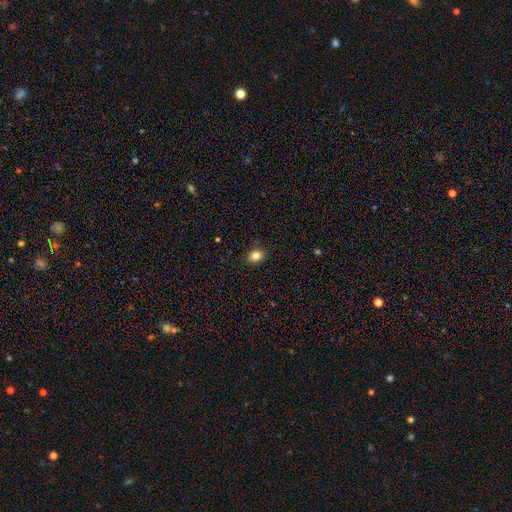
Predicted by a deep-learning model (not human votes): smooth-or-featured: smooth: 84% | star or artifact: 11% | featured or disk: 5%
  how-rounded: in between: 57% | round: 42% | cigar-shaped: 1%
  merging: none: 89% | minor disturbance: 8% | major disturbance: 2% | merger: 1%